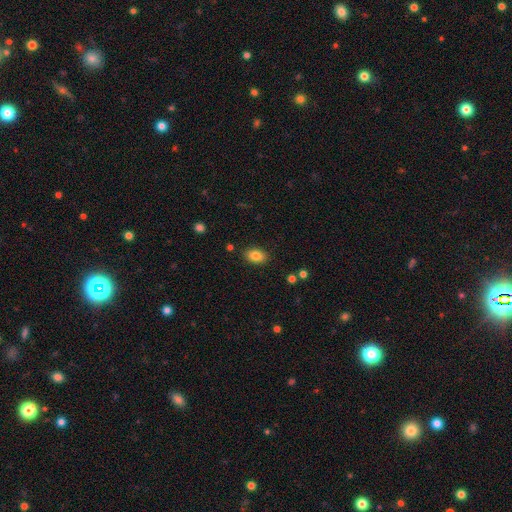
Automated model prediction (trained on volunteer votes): smooth-or-featured: smooth: 84% | star or artifact: 9% | featured or disk: 7%
  how-rounded: in between: 86% | round: 13% | cigar-shaped: 1%
  merging: none: 87% | minor disturbance: 9% | major disturbance: 2% | merger: 2%